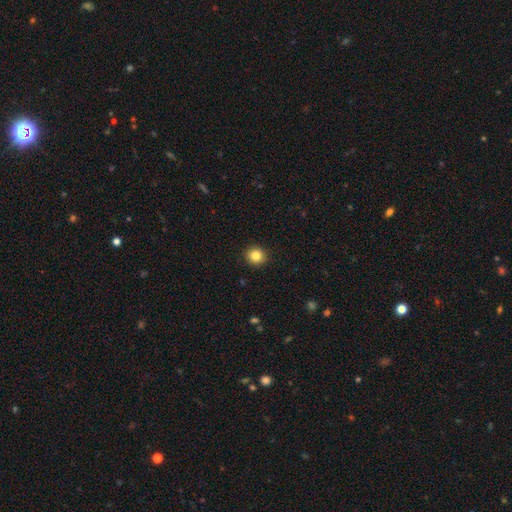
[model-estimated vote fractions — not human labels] A smooth galaxy with no disk features (86%) that is round (89%).

Vote fractions:
- Smooth or featured? smooth: 86% / star or artifact: 10% / featured or disk: 5%
- How rounded? round: 89% / in between: 10% / cigar-shaped: 1%
- Merging? none: 92% / minor disturbance: 5% / major disturbance: 2% / merger: 1%